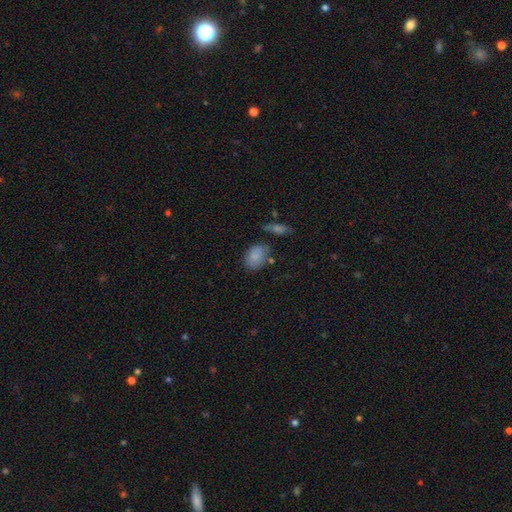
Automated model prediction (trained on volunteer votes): Smooth or featured? Predicted: smooth (p=0.83). How rounded? Predicted: in between (p=0.77). Merging? Predicted: none (p=0.62).